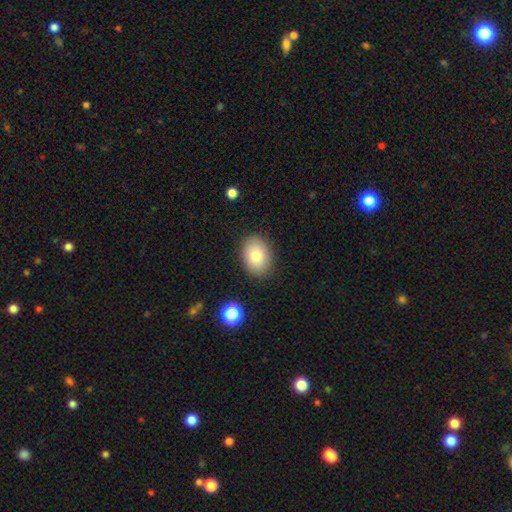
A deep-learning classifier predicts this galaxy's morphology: Q: Smooth or featured?
A: smooth (80%); runner-up: featured or disk (11%)
Q: How rounded?
A: in between (72%); runner-up: round (27%)
Q: Merging?
A: none (86%); runner-up: minor disturbance (10%)